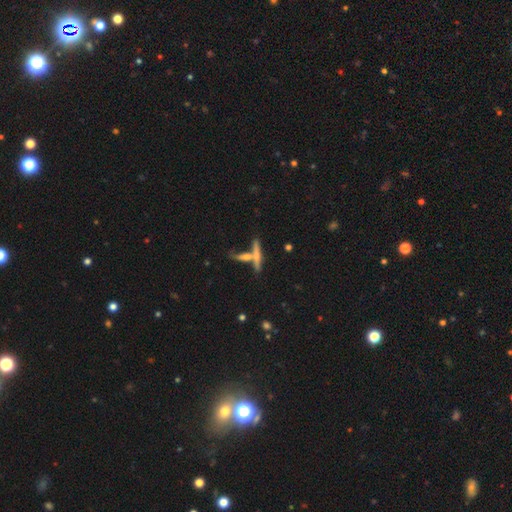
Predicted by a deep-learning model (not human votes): Smooth or featured? featured or disk (50%)
Edge-on disk? yes (90%)
Merging? none (55%)